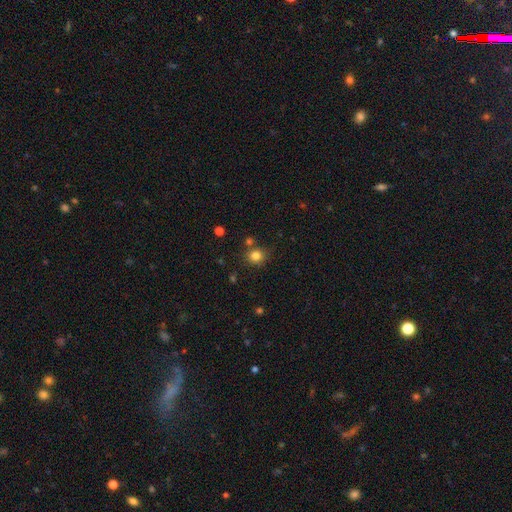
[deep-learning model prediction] Q: Smooth or featured?
A: smooth (81%); runner-up: star or artifact (13%)
Q: How rounded?
A: round (82%); runner-up: in between (17%)
Q: Merging?
A: none (76%); runner-up: minor disturbance (11%)